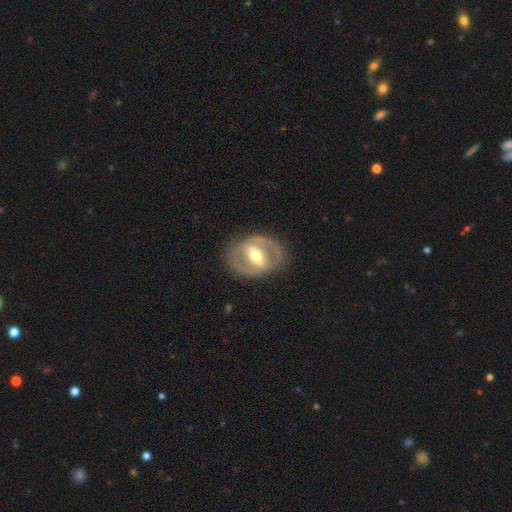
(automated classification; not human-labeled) Morphology: type=featured or disk (76%); edge-on=no (94%); bar=strong (55%); spiral arms=yes (51%); bulge=moderate (71%); merging=none (81%).